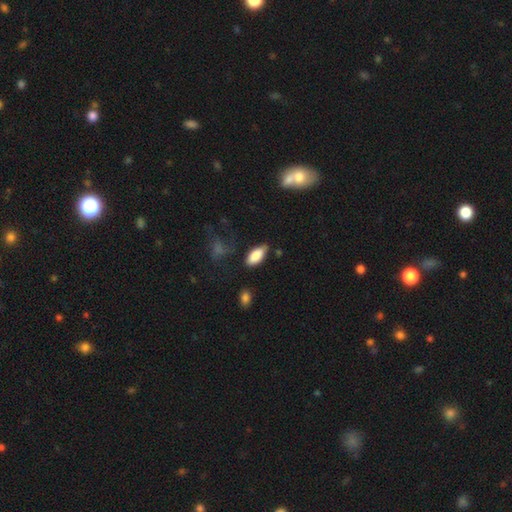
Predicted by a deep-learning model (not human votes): A smooth galaxy with no disk features (85%) that is in between round and cigar-shaped (90%). Merging: none (69%).